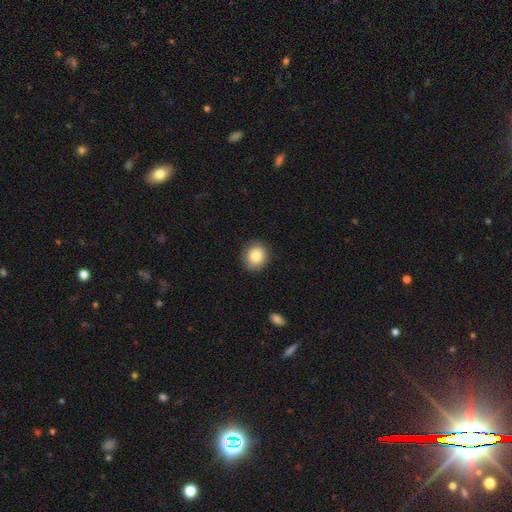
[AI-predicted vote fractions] smooth_or_featured: smooth (p=0.84) [alt: star or artifact p=0.09]
how_rounded: round (p=0.82) [alt: in between p=0.17]
merging: none (p=0.88) [alt: minor disturbance p=0.09]